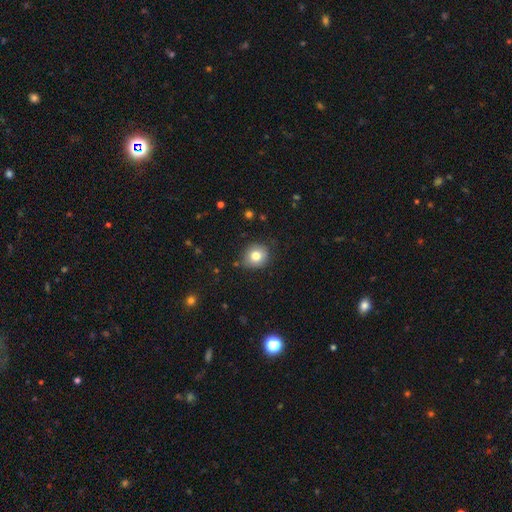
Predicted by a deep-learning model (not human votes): A smooth galaxy with no disk features (79%) that is round (79%).

Vote fractions:
- Smooth or featured? smooth: 79% / featured or disk: 11% / star or artifact: 10%
- How rounded? round: 79% / in between: 20% / cigar-shaped: 1%
- Merging? none: 83% / minor disturbance: 13% / major disturbance: 3% / merger: 1%